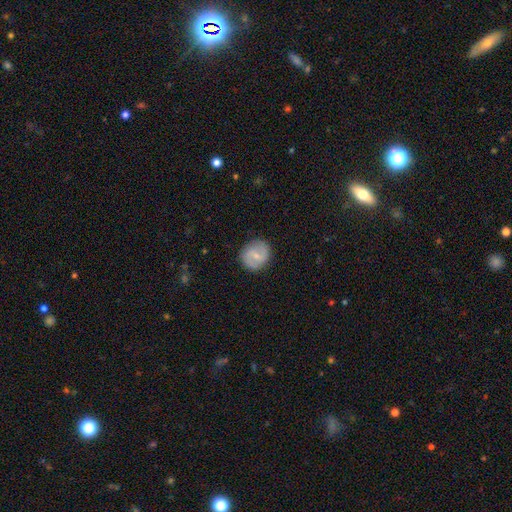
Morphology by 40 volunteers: smooth 50%, featured or disk 40%, star or artifact 10%. Down the decision tree: how rounded — round (65%); merging — none (75%).